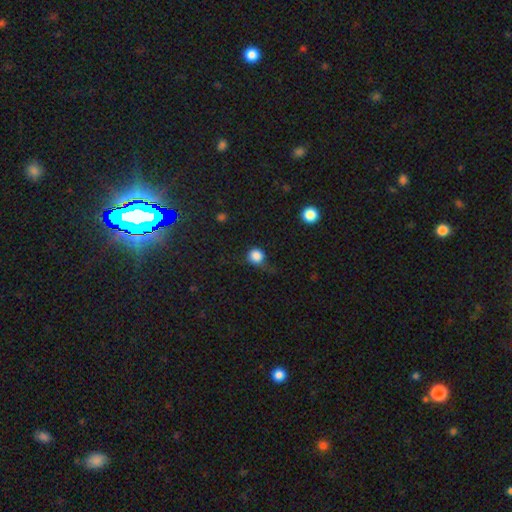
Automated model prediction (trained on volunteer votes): smooth-or-featured: smooth: 84% | star or artifact: 10% | featured or disk: 5%
  how-rounded: round: 88% | in between: 11% | cigar-shaped: 1%
  merging: none: 53% | minor disturbance: 28% | major disturbance: 16% | merger: 3%